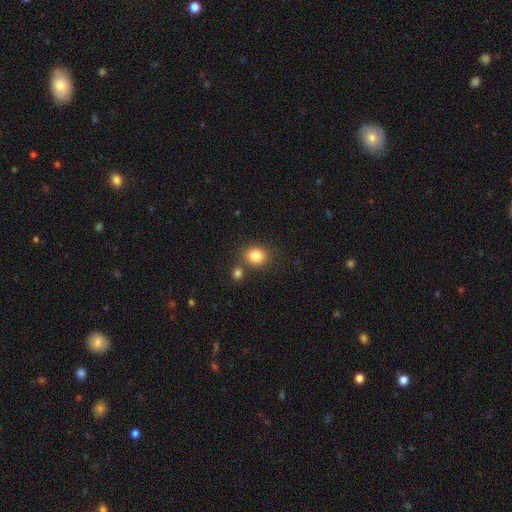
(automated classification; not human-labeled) Overall: smooth (84%). How rounded: round (63%; in between 36%). Merging: none (70%).